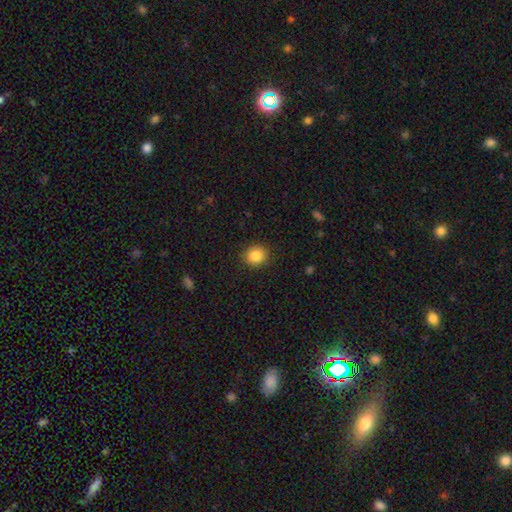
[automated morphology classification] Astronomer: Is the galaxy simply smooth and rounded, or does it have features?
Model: smooth — 86%.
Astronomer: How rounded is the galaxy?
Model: round — 76%.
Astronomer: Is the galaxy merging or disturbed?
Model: none — 89%.